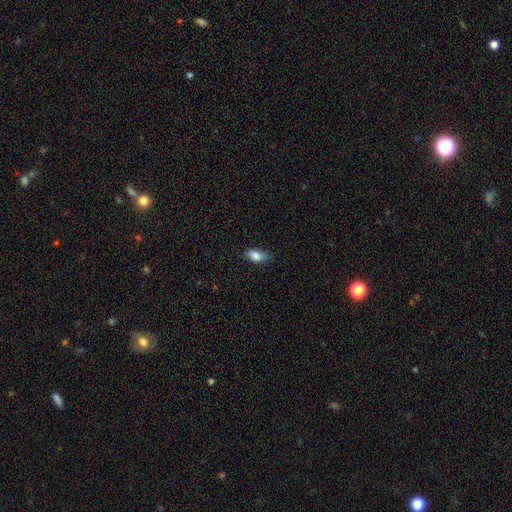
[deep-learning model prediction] A smooth galaxy with no disk features (83%) that is in between round and cigar-shaped (86%).

Vote fractions:
- Smooth or featured? smooth: 83% / featured or disk: 10% / star or artifact: 8%
- How rounded? in between: 86% / cigar-shaped: 7% / round: 7%
- Merging? none: 58% / minor disturbance: 33% / major disturbance: 7% / merger: 2%